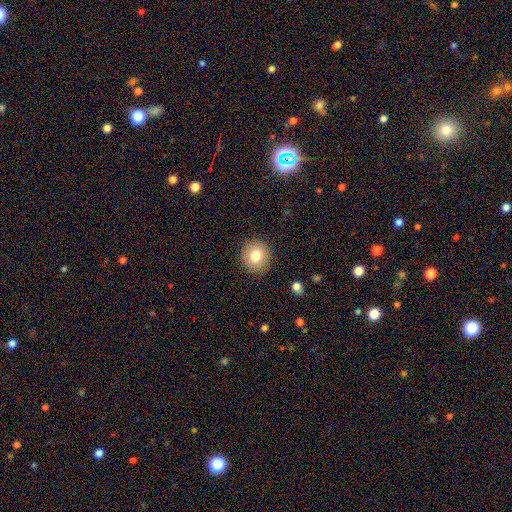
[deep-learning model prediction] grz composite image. It shows a smooth galaxy with no disk features (78%) that is round (87%). Merging: none (89%).